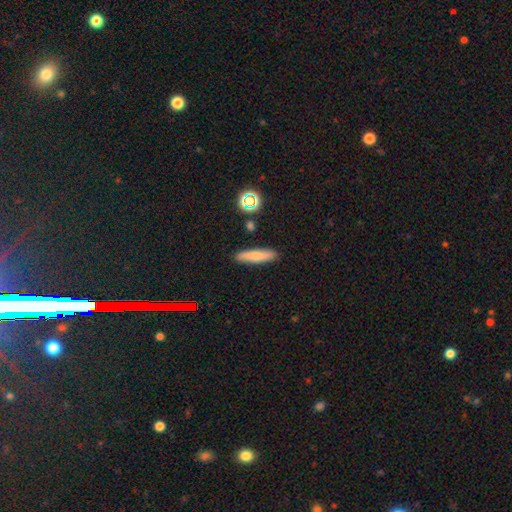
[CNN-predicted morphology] smooth 75%, featured or disk 16%, star or artifact 9%. Down the decision tree: how rounded — cigar-shaped (80%); merging — none (88%).